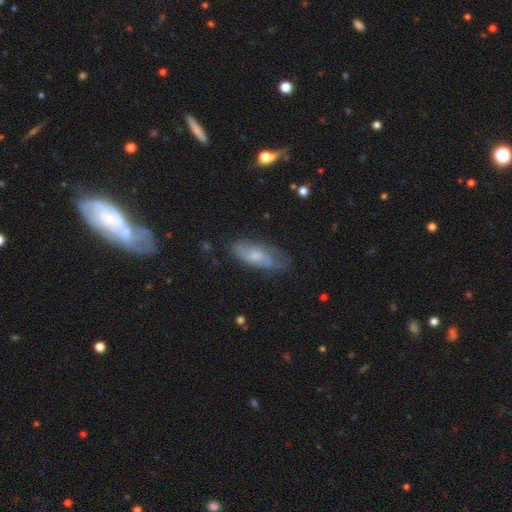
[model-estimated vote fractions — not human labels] smooth-or-featured: featured or disk: 47% | smooth: 45% | star or artifact: 7%
  merging: none: 63% | minor disturbance: 26% | major disturbance: 9% | merger: 2%